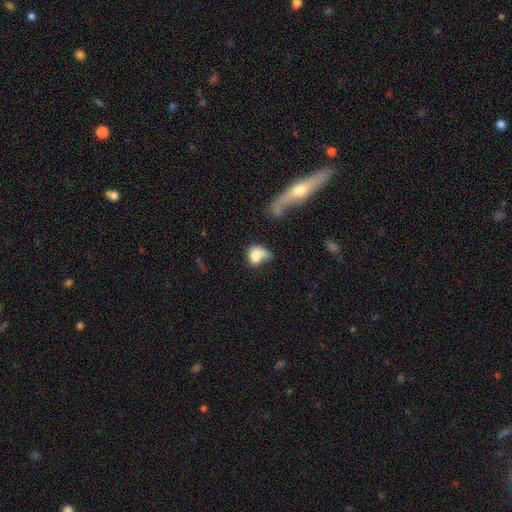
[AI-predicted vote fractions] Smooth or featured? smooth (72%)
How rounded? in between (53%)
Merging? major disturbance (36%)